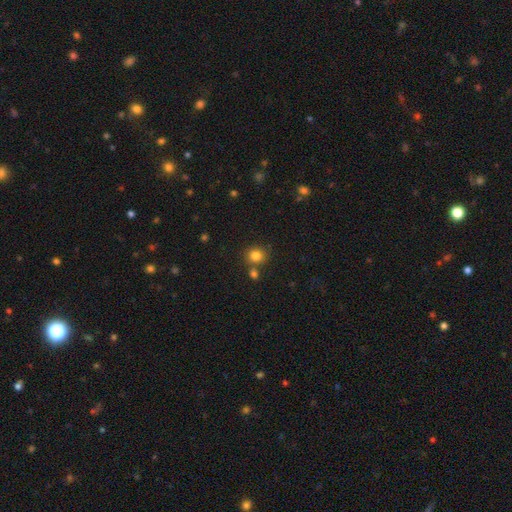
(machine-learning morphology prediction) A smooth galaxy with no disk features (82%) that is round (83%).

Vote fractions:
- Smooth or featured? smooth: 82% / star or artifact: 12% / featured or disk: 6%
- How rounded? round: 83% / in between: 16% / cigar-shaped: 1%
- Merging? none: 73% / merger: 15% / minor disturbance: 9% / major disturbance: 3%